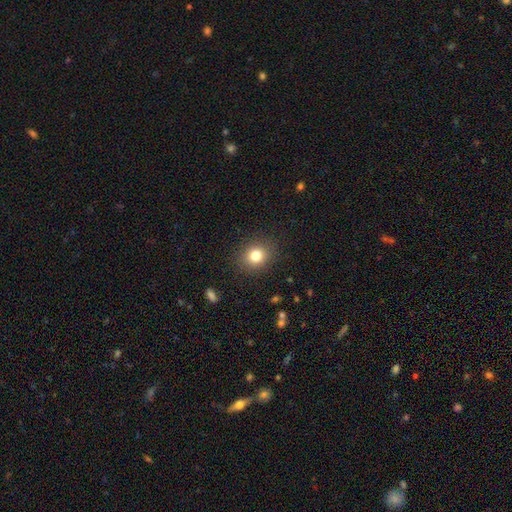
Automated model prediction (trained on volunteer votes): Q: Smooth or featured?
A: smooth (80%); runner-up: star or artifact (12%)
Q: How rounded?
A: round (69%); runner-up: in between (30%)
Q: Merging?
A: none (88%); runner-up: minor disturbance (8%)